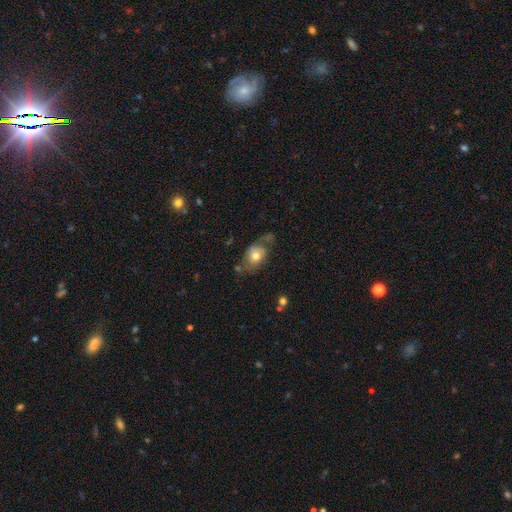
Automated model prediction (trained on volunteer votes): smooth 64%, featured or disk 28%, star or artifact 8%. Down the decision tree: how rounded — in between (68%); merging — none (47%).